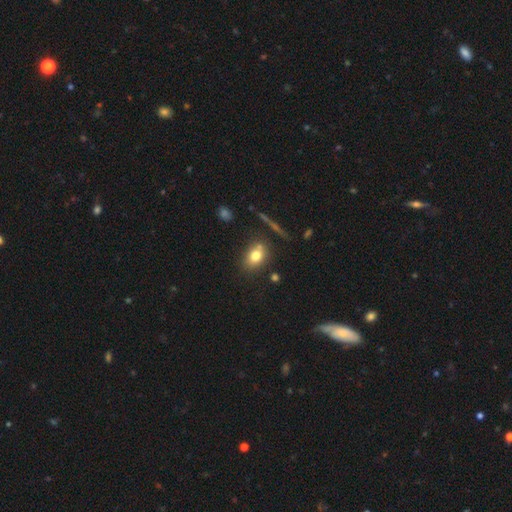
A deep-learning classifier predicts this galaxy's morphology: A smooth galaxy with no disk features (75%) that is in between round and cigar-shaped (63%).

Vote fractions:
- Smooth or featured? smooth: 75% / featured or disk: 13% / star or artifact: 11%
- How rounded? in between: 63% / round: 35% / cigar-shaped: 2%
- Merging? none: 69% / minor disturbance: 15% / merger: 11% / major disturbance: 5%